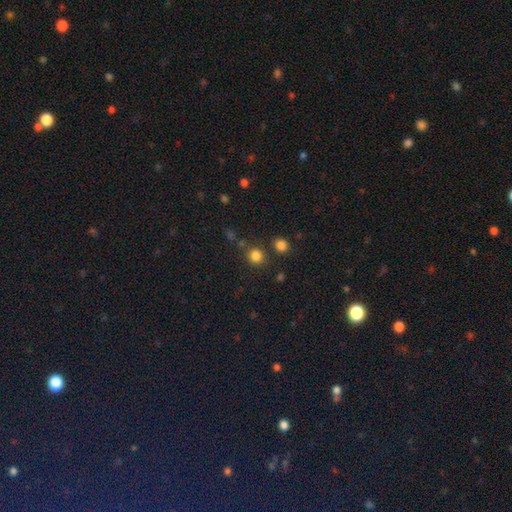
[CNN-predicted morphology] The model was most divided on "smooth or featured": smooth: 82%, star or artifact: 14%, featured or disk: 4%. More confident: how rounded — round (88%); merging — none (80%).